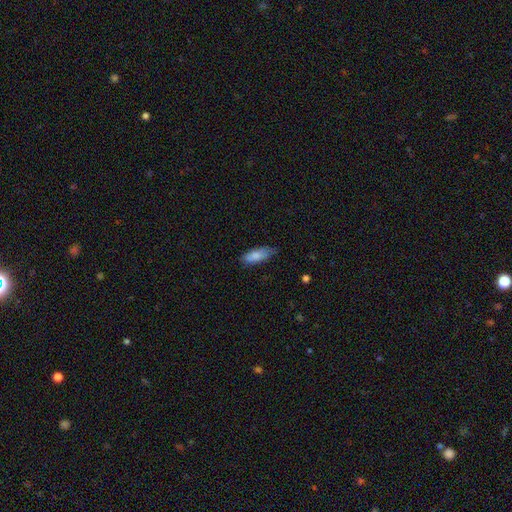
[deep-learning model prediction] smooth 82%, featured or disk 12%, star or artifact 6%. Down the decision tree: how rounded — in between (65%); merging — none (67%).